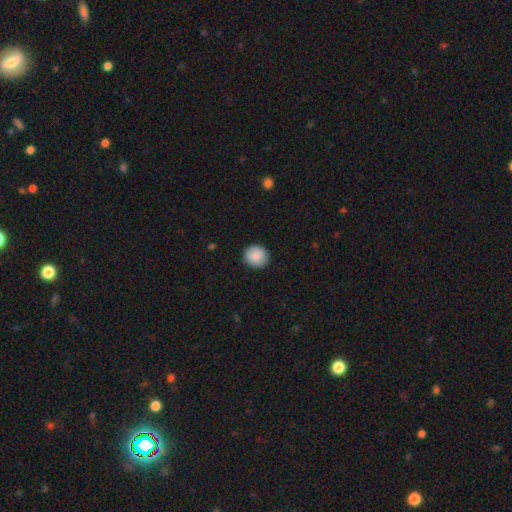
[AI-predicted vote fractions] smooth_or_featured: smooth (p=0.88) [alt: star or artifact p=0.07]
how_rounded: round (p=0.88) [alt: in between p=0.11]
merging: none (p=0.89) [alt: minor disturbance p=0.08]